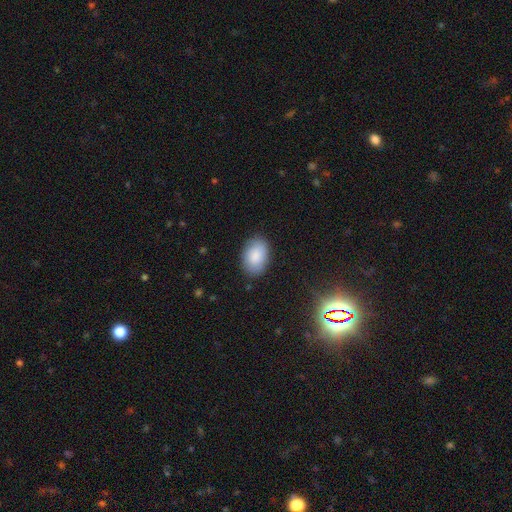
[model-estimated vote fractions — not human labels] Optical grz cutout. It shows a smooth galaxy with no disk features (85%) that is in between round and cigar-shaped (87%). Merging: none (84%).